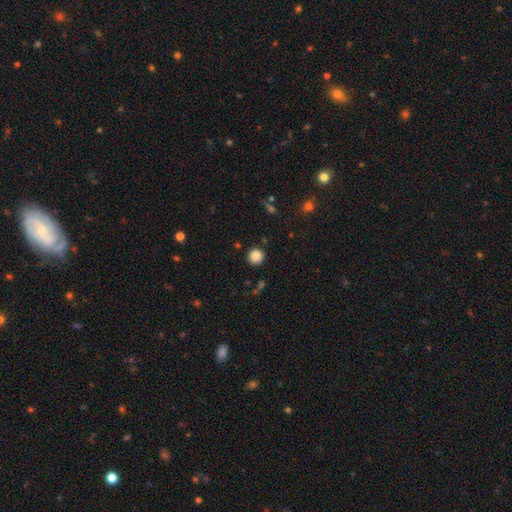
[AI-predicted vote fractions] A smooth galaxy with no disk features (85%) that is round (94%). Merging: none (89%).